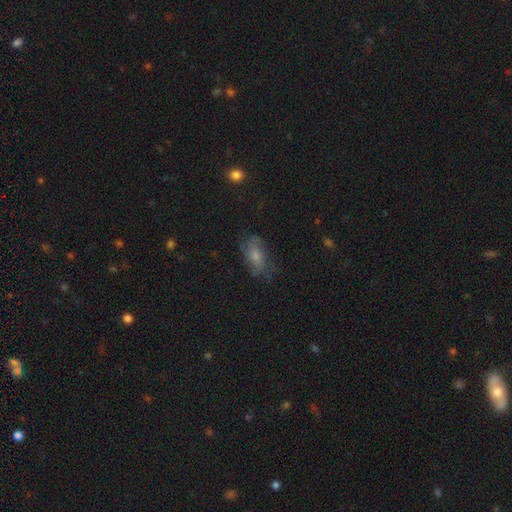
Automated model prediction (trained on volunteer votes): Smooth or featured? Predicted: smooth (p=0.51). How rounded? Predicted: in between (p=0.84). Merging? Predicted: none (p=0.59).